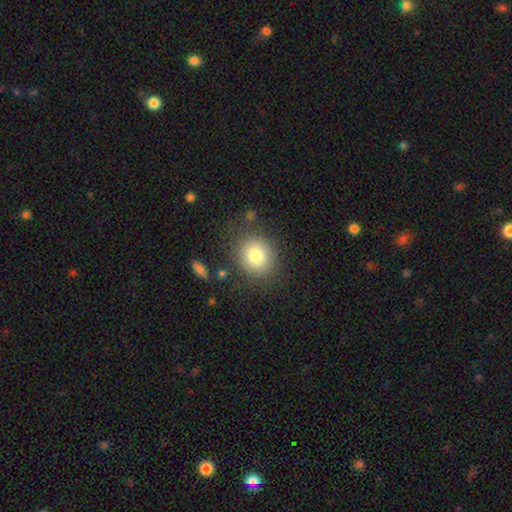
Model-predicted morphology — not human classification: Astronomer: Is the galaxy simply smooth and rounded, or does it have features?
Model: smooth — 82%.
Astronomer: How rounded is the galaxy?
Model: round — 78%.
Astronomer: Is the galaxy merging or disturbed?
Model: none — 81%.